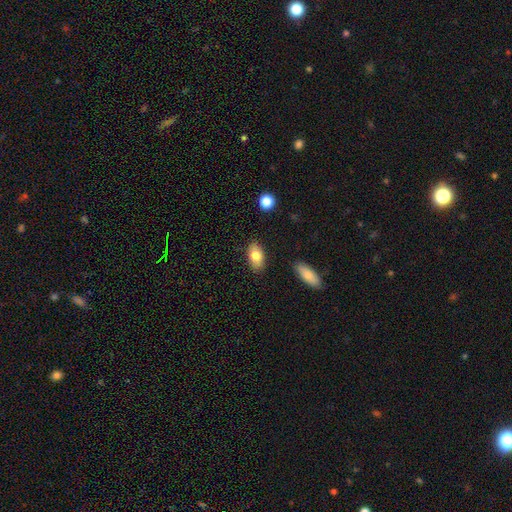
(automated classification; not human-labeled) Smooth or featured? smooth (80%)
How rounded? in between (91%)
Merging? none (86%)